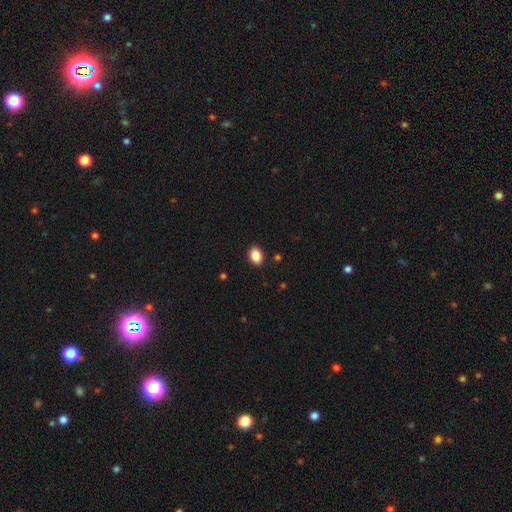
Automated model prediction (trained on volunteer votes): Smooth or featured? smooth (88%)
How rounded? in between (74%)
Merging? none (89%)